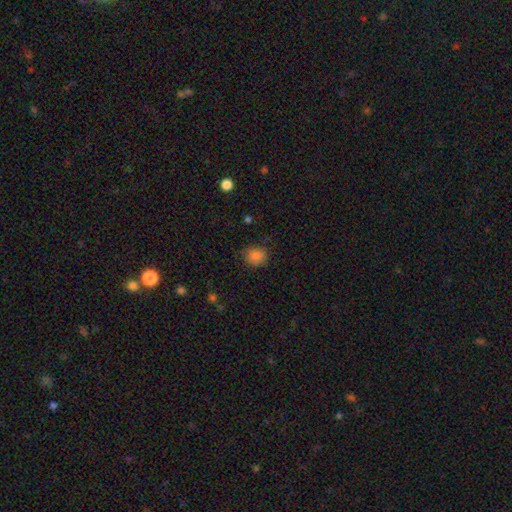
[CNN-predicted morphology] Smooth or featured? Predicted: smooth (p=0.84). How rounded? Predicted: round (p=0.77). Merging? Predicted: none (p=0.78).